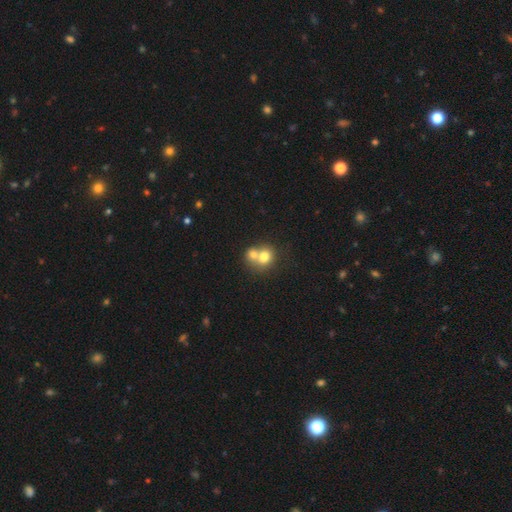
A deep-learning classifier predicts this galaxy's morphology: A smooth galaxy with no disk features (72%) that is round (74%).

Vote fractions:
- Smooth or featured? smooth: 72% / featured or disk: 17% / star or artifact: 11%
- How rounded? round: 74% / in between: 25% / cigar-shaped: 1%
- Merging? merger: 64% / none: 28% / minor disturbance: 5% / major disturbance: 2%